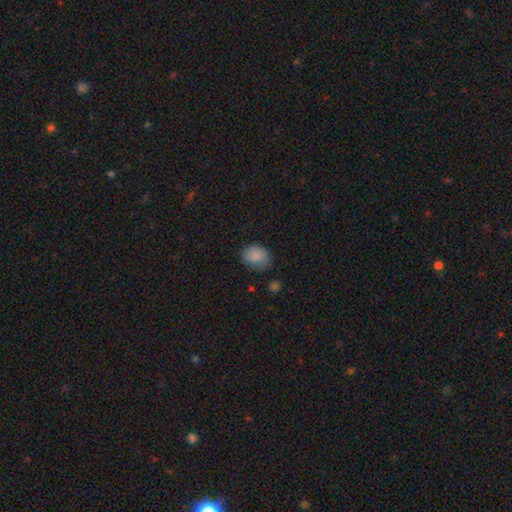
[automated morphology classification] Smooth or featured? smooth (85%)
How rounded? in between (56%)
Merging? none (68%)